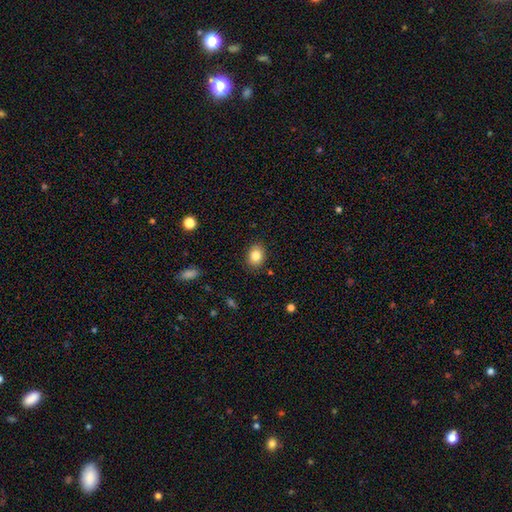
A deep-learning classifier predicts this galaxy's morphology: A smooth galaxy with no disk features (83%) that is in between round and cigar-shaped (56%).

Vote fractions:
- Smooth or featured? smooth: 83% / star or artifact: 9% / featured or disk: 8%
- How rounded? in between: 56% / round: 43% / cigar-shaped: 1%
- Merging? none: 88% / minor disturbance: 9% / major disturbance: 2% / merger: 1%